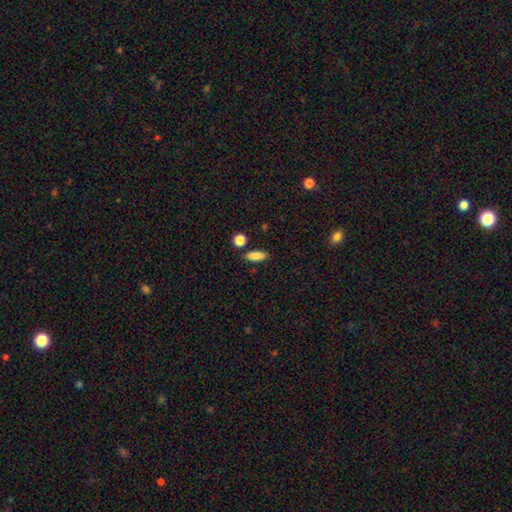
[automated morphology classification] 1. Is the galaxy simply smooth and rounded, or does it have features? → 86% smooth, 8% star or artifact, 6% featured or disk.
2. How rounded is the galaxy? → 66% in between, 29% cigar-shaped, 5% round.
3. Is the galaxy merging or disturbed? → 82% none, 11% minor disturbance, 5% merger, 3% major disturbance.